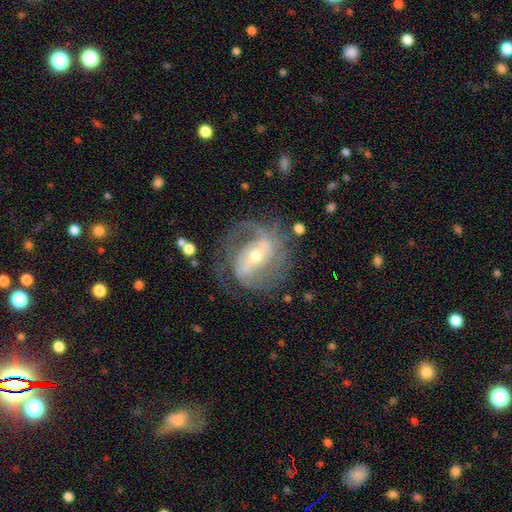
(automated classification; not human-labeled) Morphology: type=featured or disk (88%); edge-on=no (96%); bar=strong (41%); spiral arms=yes (95%); winding=medium (46%); arm count=2 (59%); bulge=small (49%); merging=none (65%).